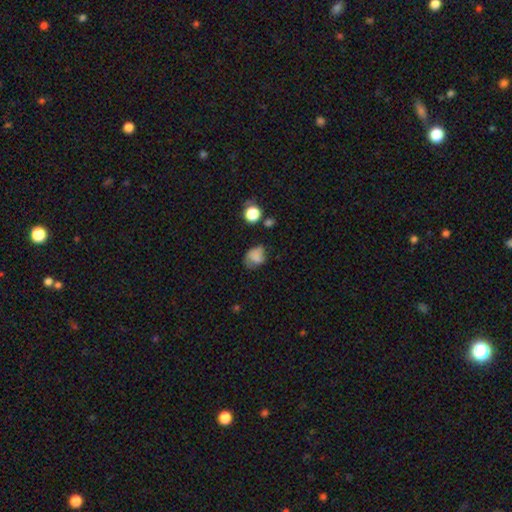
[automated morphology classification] A smooth galaxy with no disk features (71%) that is in between round and cigar-shaped (51%). Merging: none (48%).